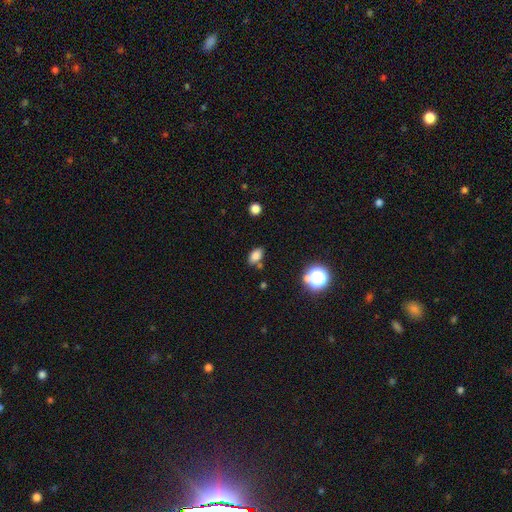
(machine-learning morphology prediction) smooth 80%, star or artifact 14%, featured or disk 6%. Down the decision tree: how rounded — in between (86%); merging — none (74%).